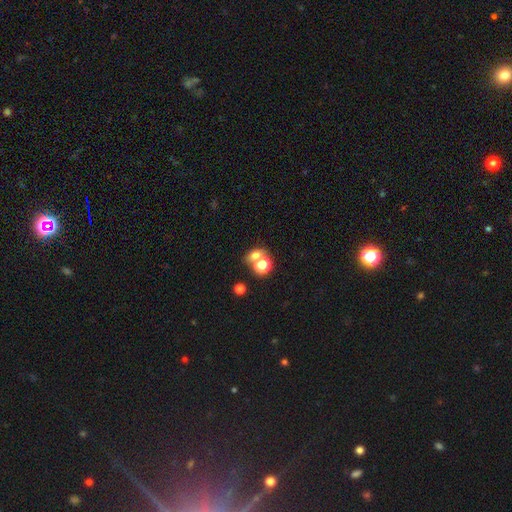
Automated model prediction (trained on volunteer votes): A smooth galaxy with no disk features (68%) that is round (50%).

Vote fractions:
- Smooth or featured? smooth: 68% / star or artifact: 17% / featured or disk: 15%
- How rounded? round: 50% / in between: 47% / cigar-shaped: 2%
- Merging? merger: 47% / none: 40% / minor disturbance: 8% / major disturbance: 5%